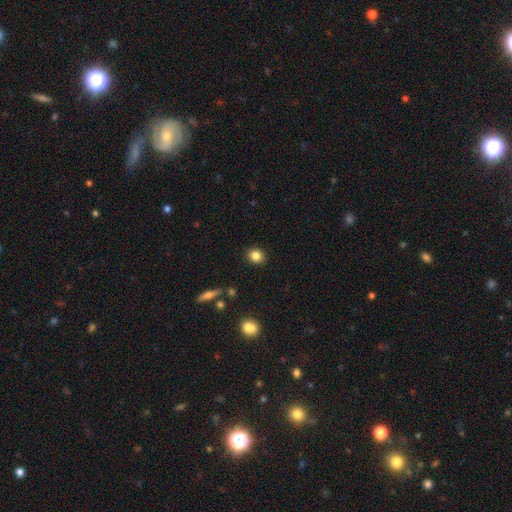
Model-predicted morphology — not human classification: A smooth galaxy with no disk features (83%) that is round (75%). Merging: none (90%).